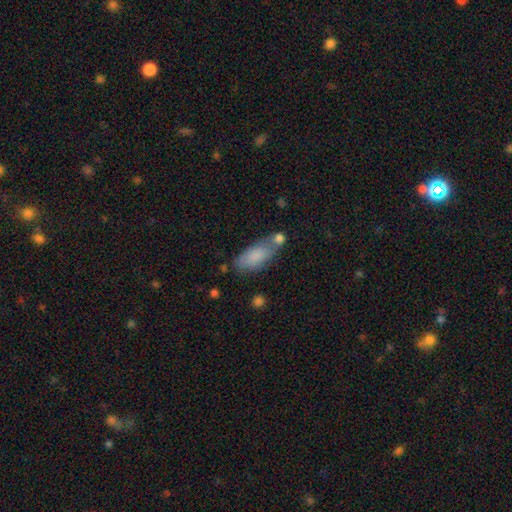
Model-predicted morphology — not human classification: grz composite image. It shows a smooth galaxy with no disk features (78%) that is in between round and cigar-shaped (80%). Merging: none (50%).